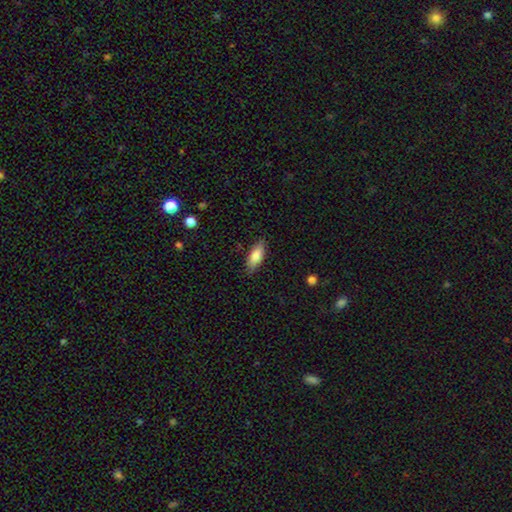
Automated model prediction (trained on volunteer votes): Smooth or featured: smooth — 80% (featured or disk — 14%)
How rounded: in between — 73% (cigar-shaped — 25%)
Merging: none — 84% (minor disturbance — 12%)